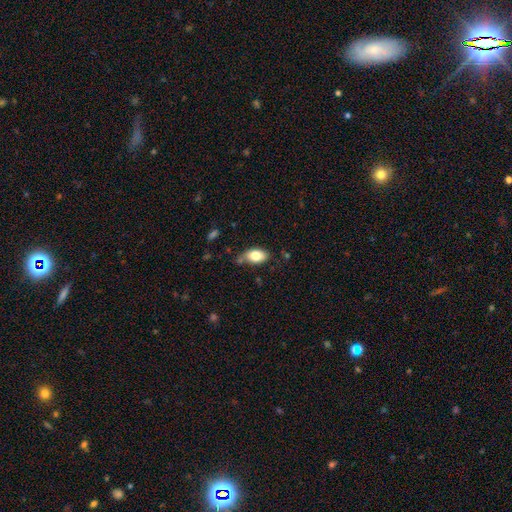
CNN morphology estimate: Overall: smooth (79%). How rounded: in between (92%). Merging: none (66%).